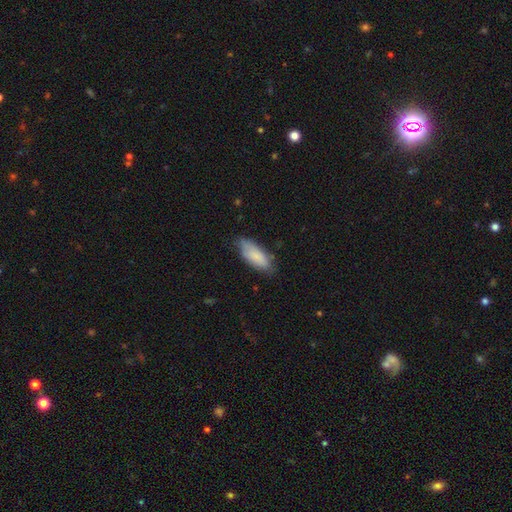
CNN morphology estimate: The model was most divided on "merging": none: 65%, minor disturbance: 28%, major disturbance: 5%, merger: 2%. More confident: smooth or featured — smooth (81%); how rounded — in between (79%).